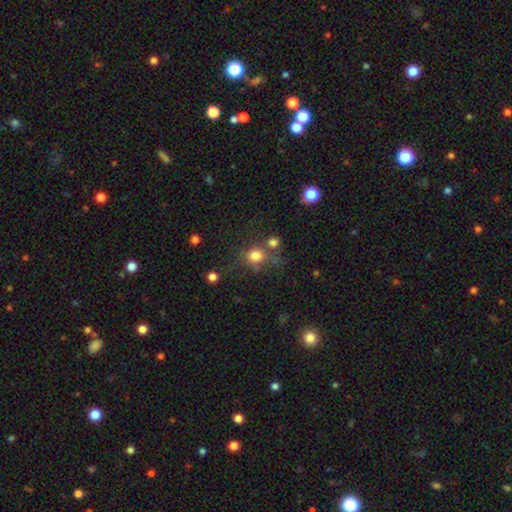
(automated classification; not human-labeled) A smooth galaxy with no disk features (76%) that is round (62%).

Vote fractions:
- Smooth or featured? smooth: 76% / star or artifact: 14% / featured or disk: 10%
- How rounded? round: 62% / in between: 37% / cigar-shaped: 2%
- Merging? none: 49% / merger: 23% / minor disturbance: 17% / major disturbance: 12%